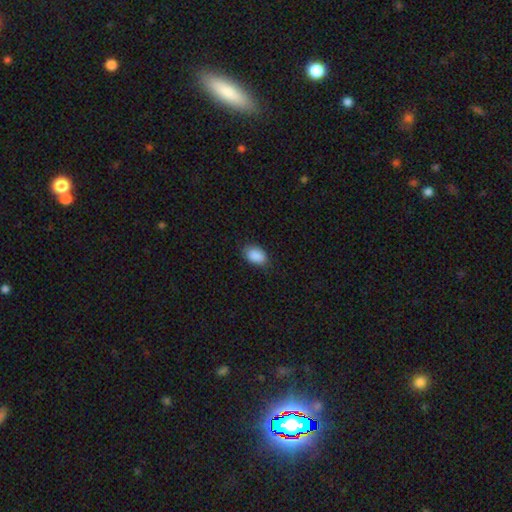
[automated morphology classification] The model was most divided on "merging": none: 80%, minor disturbance: 16%, major disturbance: 3%, merger: 1%. More confident: smooth or featured — smooth (90%); how rounded — in between (89%).